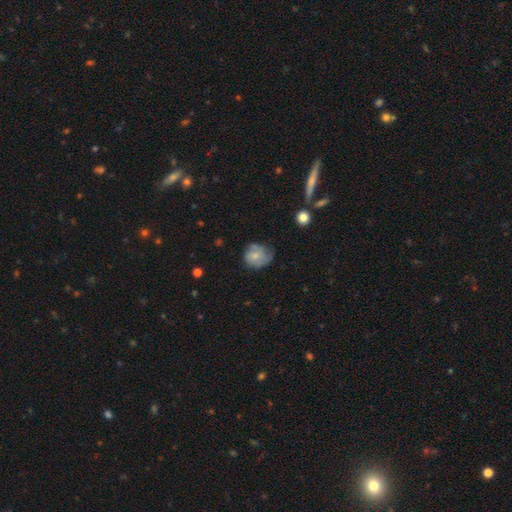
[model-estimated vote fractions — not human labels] Morphology: type=smooth (63%); roundness=round (73%); merging=none (48%).